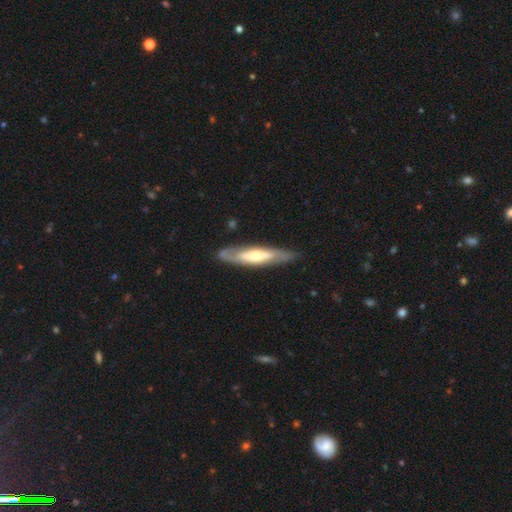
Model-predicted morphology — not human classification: This is likely a featured or disk galaxy (63%). It is possibly viewed edge-on (57%). Merging: clearly none (80%).